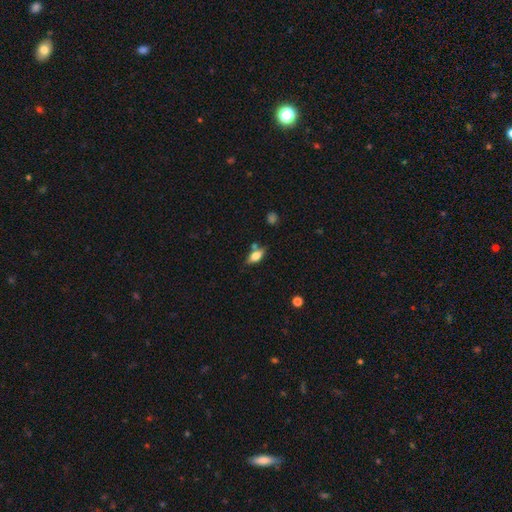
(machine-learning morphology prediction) smooth 69%, featured or disk 23%, star or artifact 8%. Down the decision tree: how rounded — in between (81%); merging — none (69%).